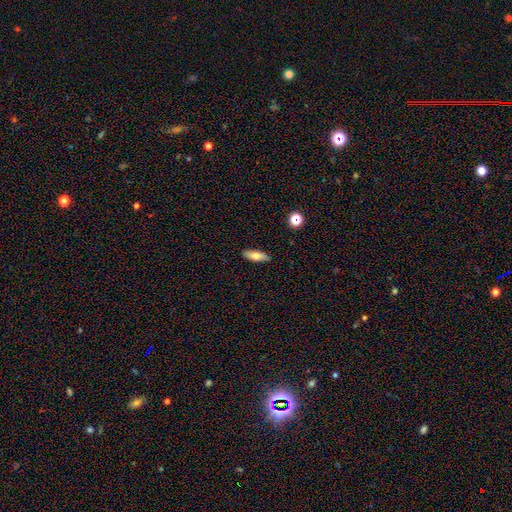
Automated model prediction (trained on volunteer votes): smooth_or_featured: smooth (p=0.71) [alt: featured or disk p=0.21]
how_rounded: in between (p=0.62) [alt: cigar-shaped p=0.35]
merging: none (p=0.88) [alt: minor disturbance p=0.09]